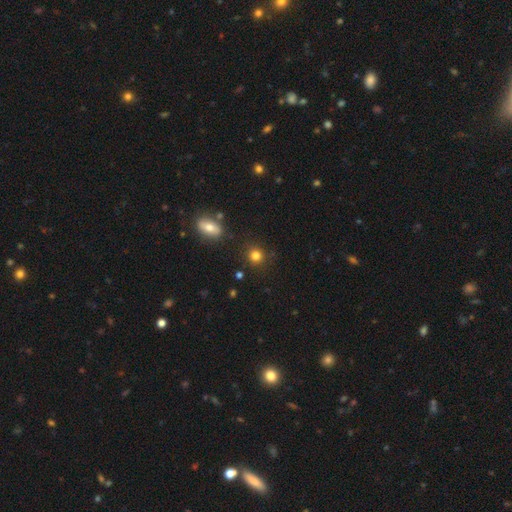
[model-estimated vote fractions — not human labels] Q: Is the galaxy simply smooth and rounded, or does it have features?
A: smooth — 82%.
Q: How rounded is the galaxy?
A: round — 89%.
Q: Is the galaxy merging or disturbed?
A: none — 87%.